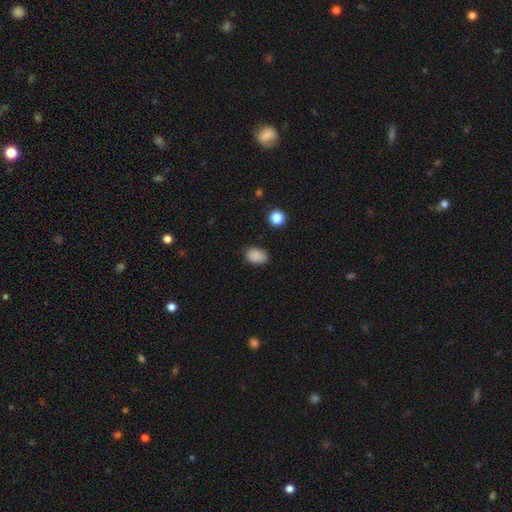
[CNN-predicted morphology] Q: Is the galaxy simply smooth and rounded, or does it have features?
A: smooth — 87%.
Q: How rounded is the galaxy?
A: in between — 81%.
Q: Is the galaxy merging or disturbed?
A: none — 76%.